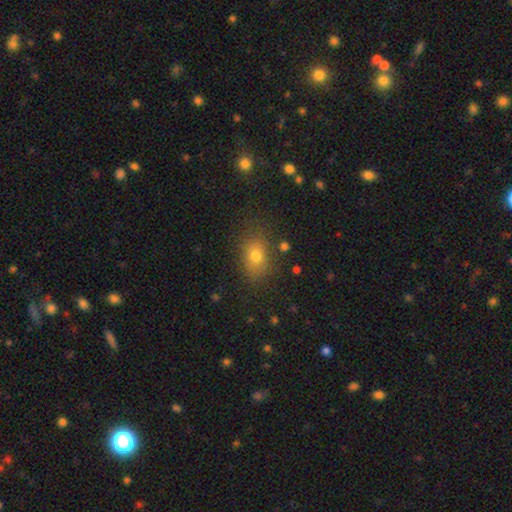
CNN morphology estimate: A smooth galaxy with no disk features (75%) that is in between round and cigar-shaped (67%). Merging: none (79%).